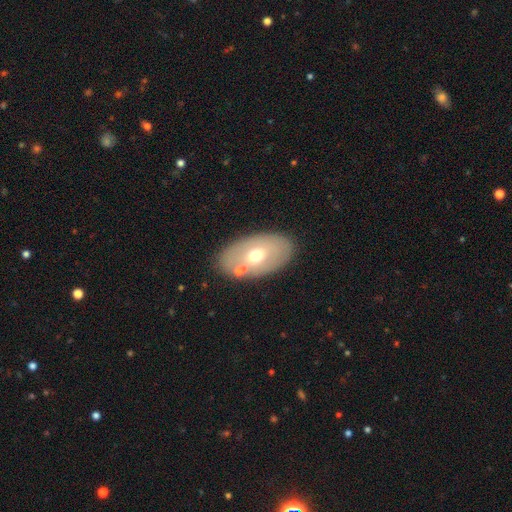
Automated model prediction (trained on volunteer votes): This appears to be a smooth galaxy with no disk features (54%) that is in between round and cigar-shaped (92%). Merging: none (78%).